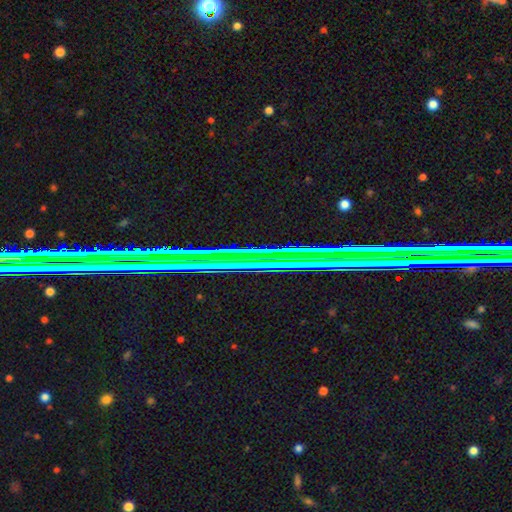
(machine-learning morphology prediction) Smooth or featured? Predicted: star or artifact (p=0.77).